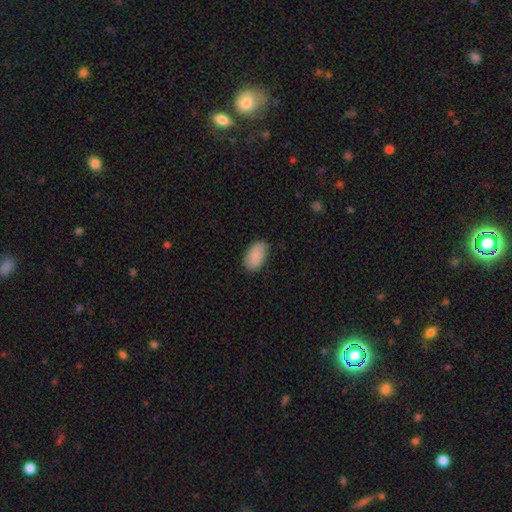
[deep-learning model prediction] smooth-or-featured: smooth: 87% | star or artifact: 7% | featured or disk: 6%
  how-rounded: in between: 93% | round: 5% | cigar-shaped: 1%
  merging: none: 78% | minor disturbance: 18% | major disturbance: 3% | merger: 1%